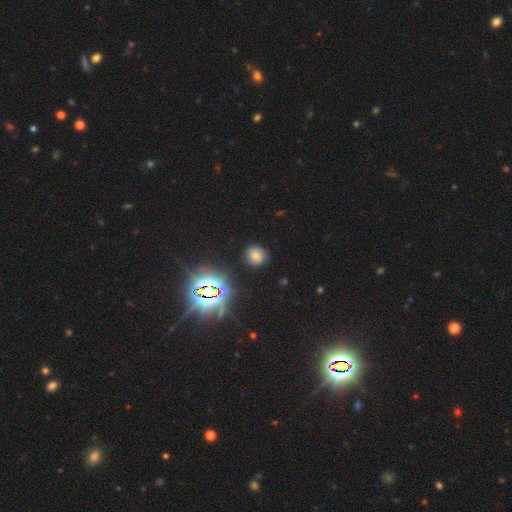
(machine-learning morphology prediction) Smooth or featured?
  - smooth: 60% *
  - star or artifact: 25%
  - featured or disk: 15%
How rounded?
  - round: 82% *
  - in between: 17%
  - cigar-shaped: 1%
Merging?
  - none: 83% *
  - minor disturbance: 12%
  - major disturbance: 3%
  - merger: 2%